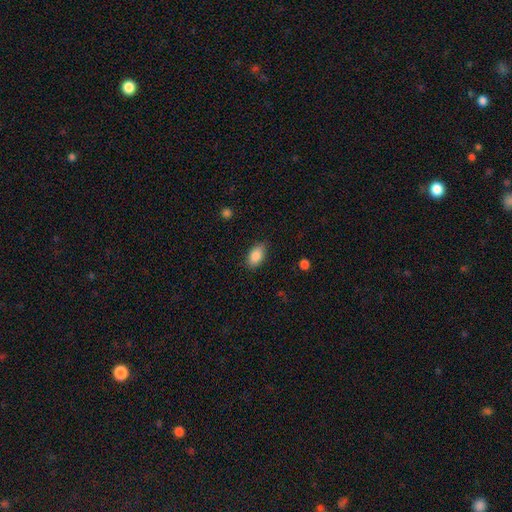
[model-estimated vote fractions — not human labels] A smooth galaxy with no disk features (86%) that is in between round and cigar-shaped (90%). Merging: none (81%).